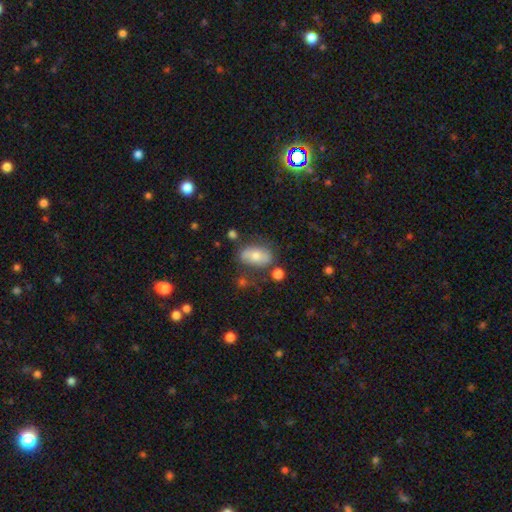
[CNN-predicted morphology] A smooth galaxy with no disk features (64%) that is in between round and cigar-shaped (89%).

Vote fractions:
- Smooth or featured? smooth: 64% / featured or disk: 27% / star or artifact: 9%
- How rounded? in between: 89% / round: 8% / cigar-shaped: 3%
- Merging? none: 69% / minor disturbance: 18% / merger: 6% / major disturbance: 6%